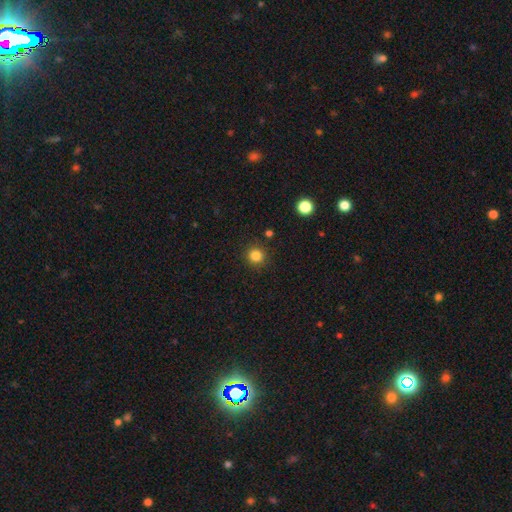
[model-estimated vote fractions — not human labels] smooth 83%, star or artifact 13%, featured or disk 4%. Down the decision tree: how rounded — round (94%); merging — none (90%).